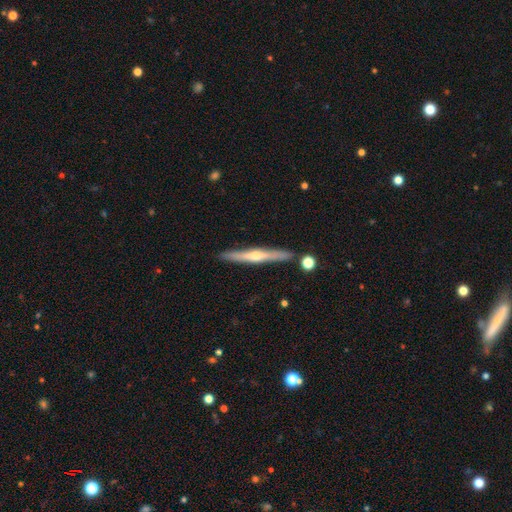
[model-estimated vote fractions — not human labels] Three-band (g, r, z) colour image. It shows a featured or disk galaxy (69%) viewed edge-on (97%) with a rounded central bulge (84%). Merging: none (89%).